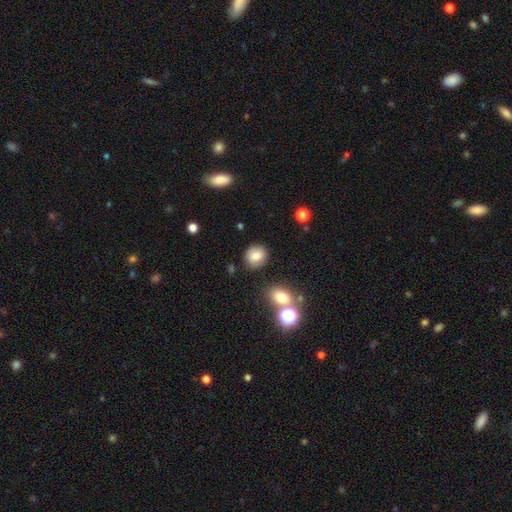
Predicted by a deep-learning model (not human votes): A smooth galaxy with no disk features (80%) that is round (79%). Merging: none (86%).